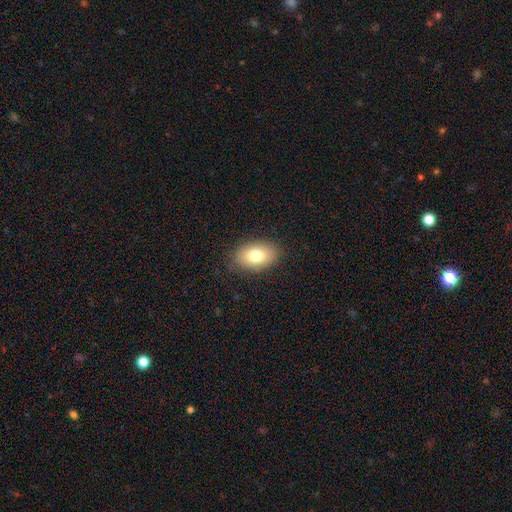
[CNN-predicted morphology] Q: Smooth or featured?
A: smooth (78%); runner-up: featured or disk (14%)
Q: How rounded?
A: in between (89%); runner-up: round (10%)
Q: Merging?
A: none (85%); runner-up: minor disturbance (11%)